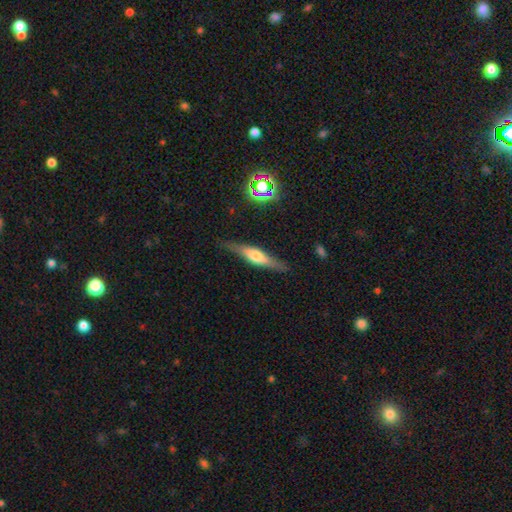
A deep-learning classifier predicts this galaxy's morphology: smooth-or-featured: featured or disk: 63% | smooth: 29% | star or artifact: 7%
  disk-edge-on: yes: 94% | no: 6%
    edge-on-bulge: rounded: 76% | boxy: 18% | none: 5%
  merging: none: 85% | minor disturbance: 11% | major disturbance: 3% | merger: 1%